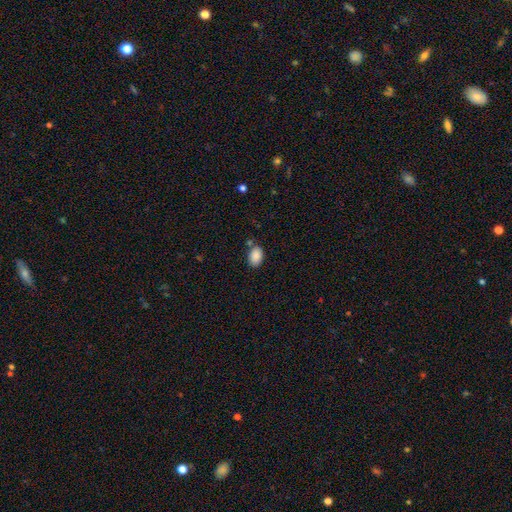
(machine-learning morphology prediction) Smooth or featured: smooth — 89% (star or artifact — 7%)
How rounded: in between — 88% (round — 11%)
Merging: none — 76% (minor disturbance — 14%)